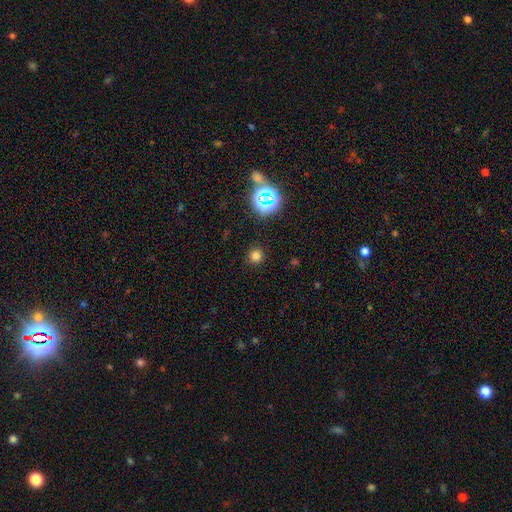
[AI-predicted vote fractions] Smooth or featured: smooth — 74% (star or artifact — 21%)
How rounded: round — 93% (in between — 6%)
Merging: none — 90% (minor disturbance — 6%)